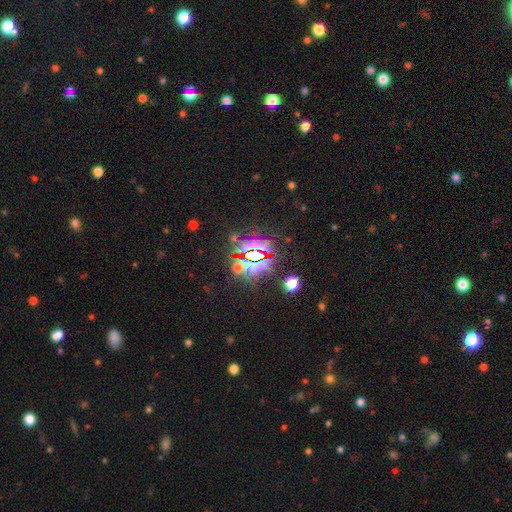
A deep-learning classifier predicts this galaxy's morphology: Smooth or featured: star or artifact — 79% (smooth — 13%)